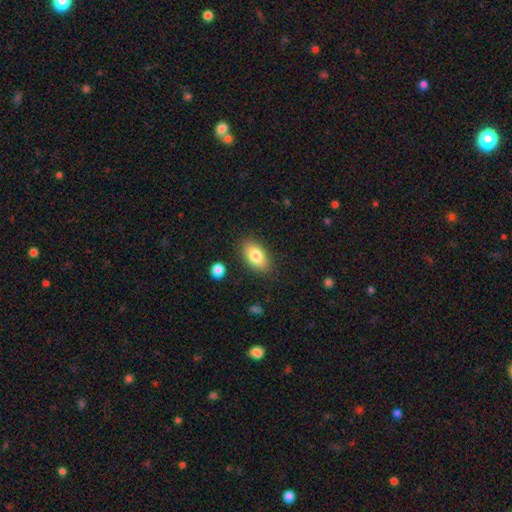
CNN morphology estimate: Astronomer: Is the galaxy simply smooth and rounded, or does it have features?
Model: smooth — 81%.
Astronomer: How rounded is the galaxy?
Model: in between — 91%.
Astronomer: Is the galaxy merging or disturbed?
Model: none — 85%.